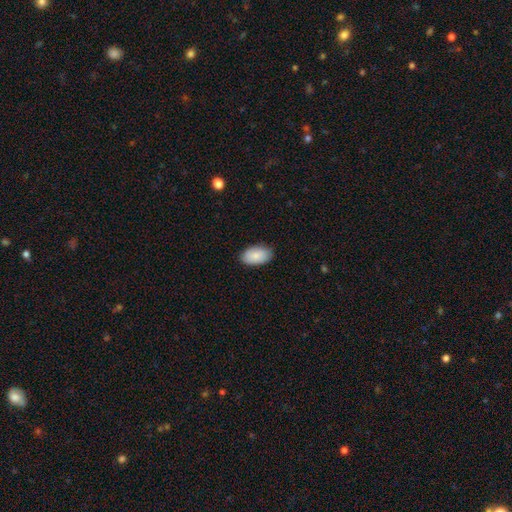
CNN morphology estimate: type=smooth (86%); roundness=in between (94%); merging=none (86%).